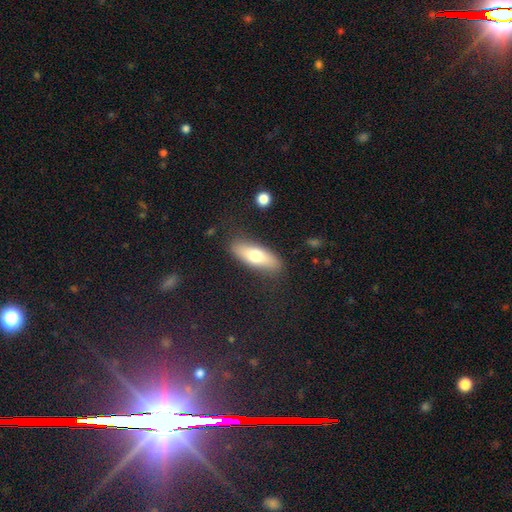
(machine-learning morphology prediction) The model was most divided on "how rounded": in between: 65%, cigar-shaped: 32%, round: 3%. More confident: merging — none (83%); smooth or featured — smooth (68%).